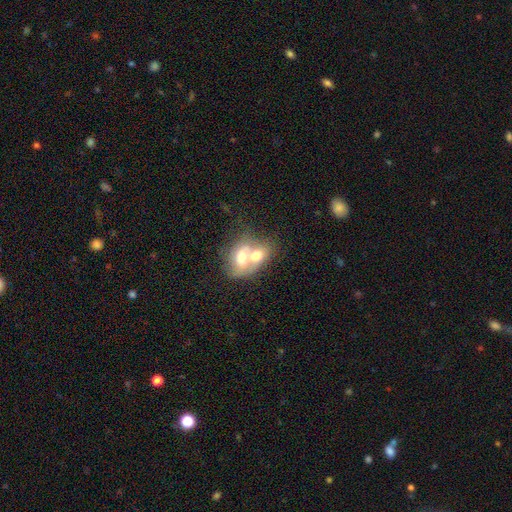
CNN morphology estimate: This appears to be a smooth galaxy with no disk features (56%) that is in between round and cigar-shaped (61%). Merging: merger (77%).